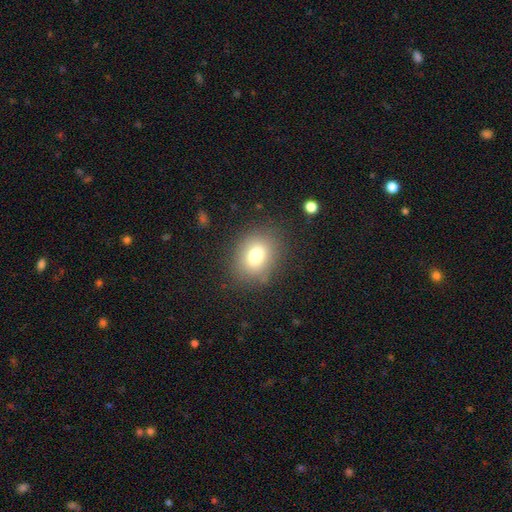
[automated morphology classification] A smooth galaxy with no disk features (76%) that is round (52%).

Vote fractions:
- Smooth or featured? smooth: 76% / star or artifact: 13% / featured or disk: 12%
- How rounded? round: 52% / in between: 47% / cigar-shaped: 1%
- Merging? none: 82% / minor disturbance: 11% / major disturbance: 5% / merger: 2%